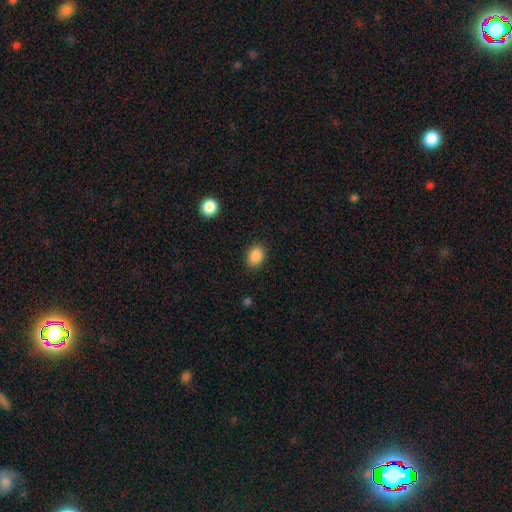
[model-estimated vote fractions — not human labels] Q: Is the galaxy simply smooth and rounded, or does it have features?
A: smooth — 88%.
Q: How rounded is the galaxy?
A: in between — 66%.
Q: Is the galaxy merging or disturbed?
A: none — 87%.